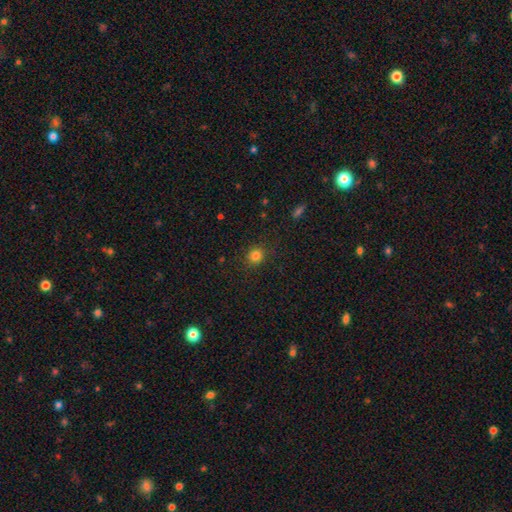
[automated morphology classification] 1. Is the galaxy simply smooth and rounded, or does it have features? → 83% smooth, 13% star or artifact, 5% featured or disk.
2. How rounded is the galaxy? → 85% round, 14% in between, 1% cigar-shaped.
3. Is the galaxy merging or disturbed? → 88% none, 8% minor disturbance, 3% major disturbance, 1% merger.